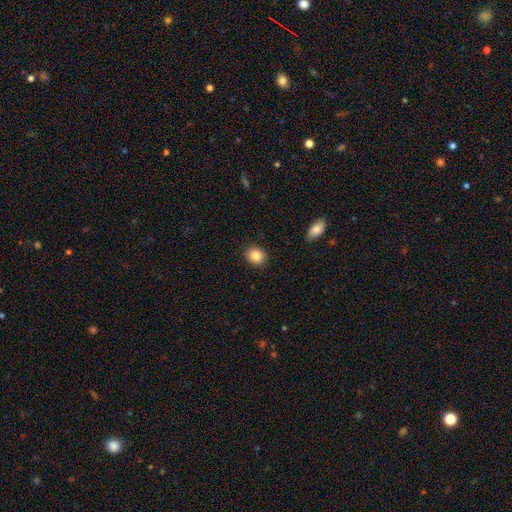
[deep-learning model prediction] Overall: smooth (85%). How rounded: round (62%; in between 37%). Merging: none (89%).